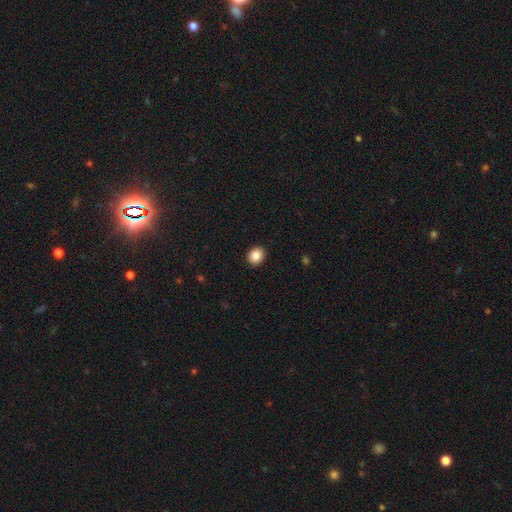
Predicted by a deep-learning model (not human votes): Smooth or featured? smooth (87%)
How rounded? round (71%)
Merging? none (92%)